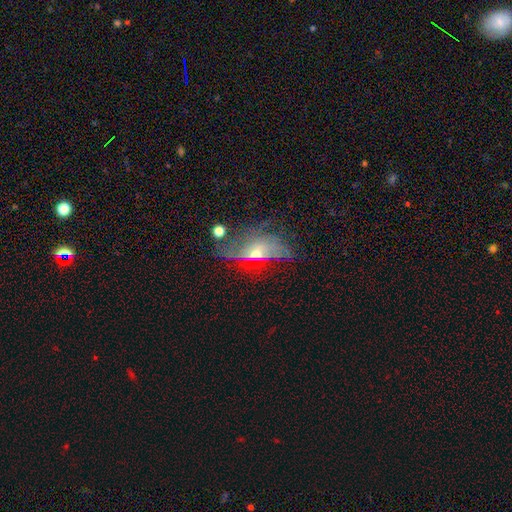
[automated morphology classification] smooth-or-featured: featured or disk: 54% | smooth: 27% | star or artifact: 19%
  disk-edge-on: no: 79% | yes: 21%
  merging: none: 45% | major disturbance: 26% | minor disturbance: 21% | merger: 8%